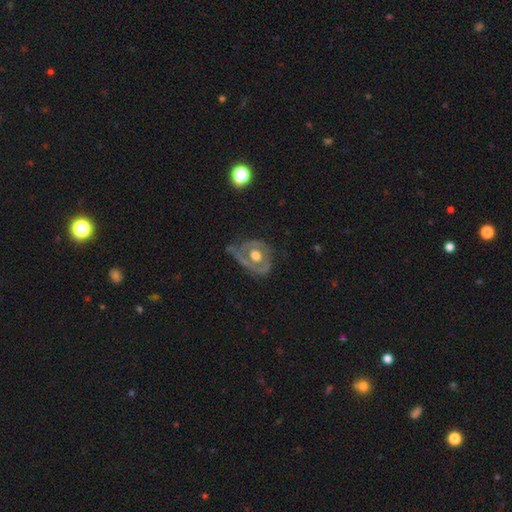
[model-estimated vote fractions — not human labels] This is likely a featured or disk galaxy (70%). It is clearly not viewed edge-on (95%). Bar: likely no (79%). Spiral arm pattern: possibly no (53%). Central bulge: possibly moderate (59%). Merging: possibly none (46%).